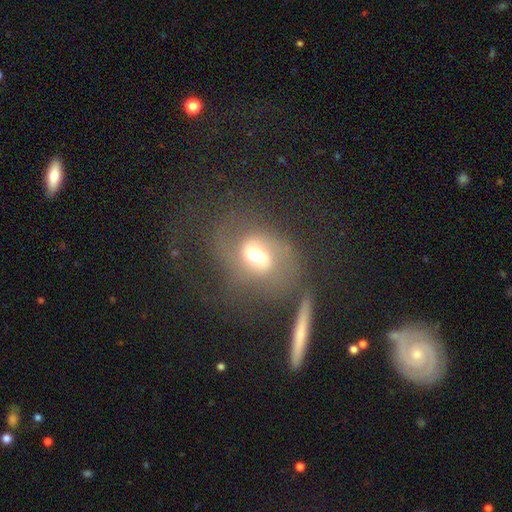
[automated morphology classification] smooth_or_featured: featured or disk (p=0.52) [alt: smooth p=0.36]
disk_edge_on: no (p=0.94) [alt: yes p=0.06]
merging: none (p=0.32) [alt: merger p=0.31]